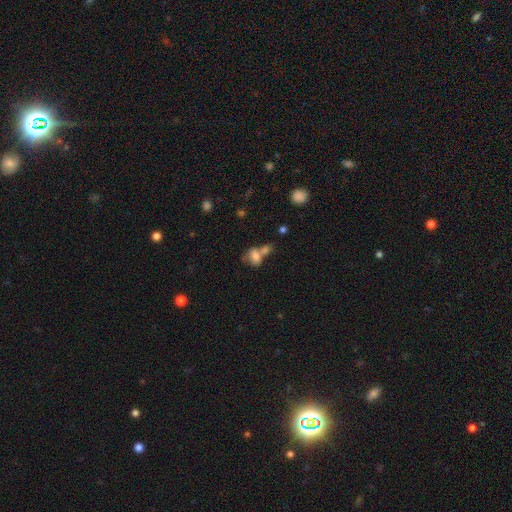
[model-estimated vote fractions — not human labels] smooth-or-featured: smooth: 70% | featured or disk: 18% | star or artifact: 11%
  how-rounded: in between: 63% | round: 35% | cigar-shaped: 2%
  merging: merger: 56% | none: 25% | minor disturbance: 11% | major disturbance: 8%